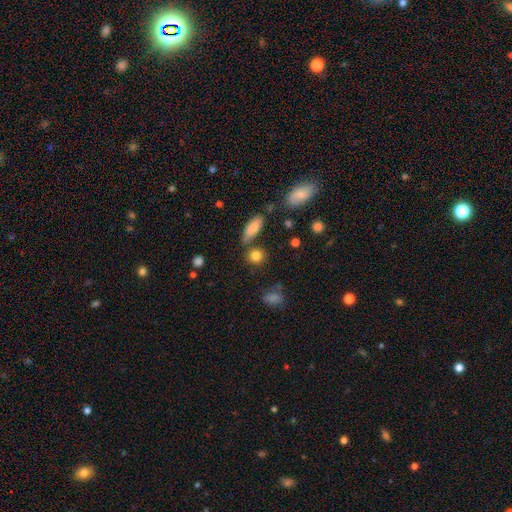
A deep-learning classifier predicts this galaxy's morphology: Smooth or featured: smooth — 83% (star or artifact — 10%)
How rounded: round — 74% (in between — 23%)
Merging: none — 73% (minor disturbance — 12%)